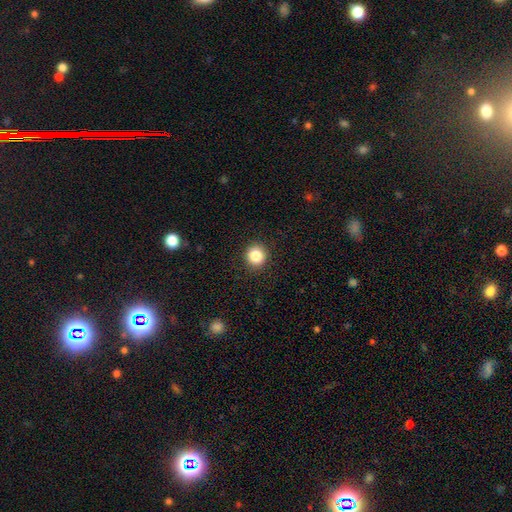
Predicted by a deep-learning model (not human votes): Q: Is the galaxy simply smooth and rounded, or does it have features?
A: smooth — 85%.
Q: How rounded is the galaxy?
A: round — 90%.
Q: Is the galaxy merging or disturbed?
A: none — 91%.